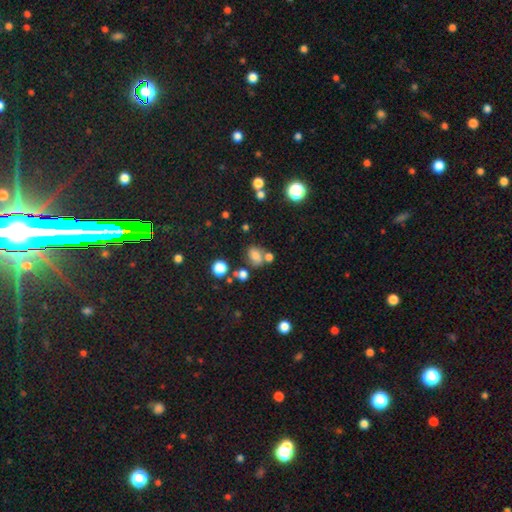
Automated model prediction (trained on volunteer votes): This appears to be a smooth galaxy with no disk features (73%) that is in between round and cigar-shaped (63%). Merging: none (55%).